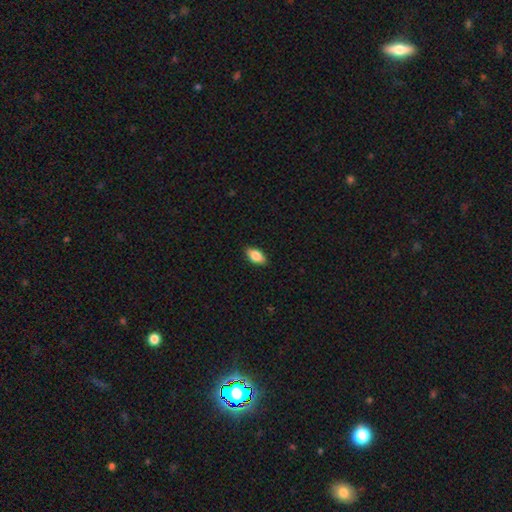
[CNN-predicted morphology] type=smooth (84%); roundness=in between (91%); merging=none (89%).